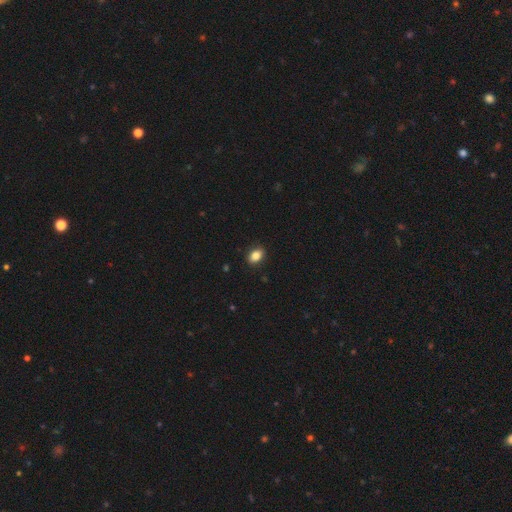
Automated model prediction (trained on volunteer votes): Smooth or featured?
  - smooth: 86% *
  - star or artifact: 9%
  - featured or disk: 5%
How rounded?
  - in between: 80% *
  - round: 19%
  - cigar-shaped: 2%
Merging?
  - none: 89% *
  - minor disturbance: 8%
  - major disturbance: 2%
  - merger: 1%